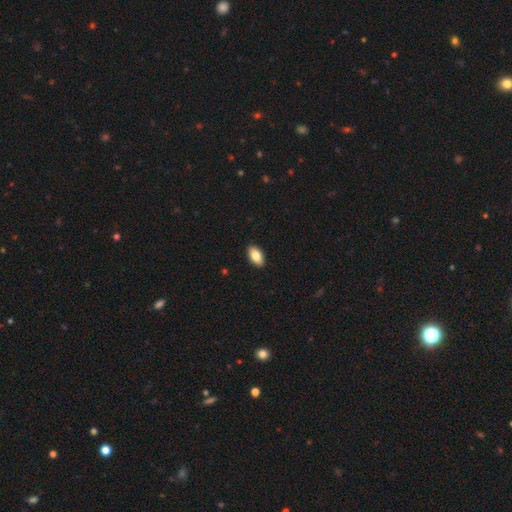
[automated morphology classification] Smooth or featured? Predicted: smooth (p=0.82). How rounded? Predicted: in between (p=0.94). Merging? Predicted: none (p=0.91).